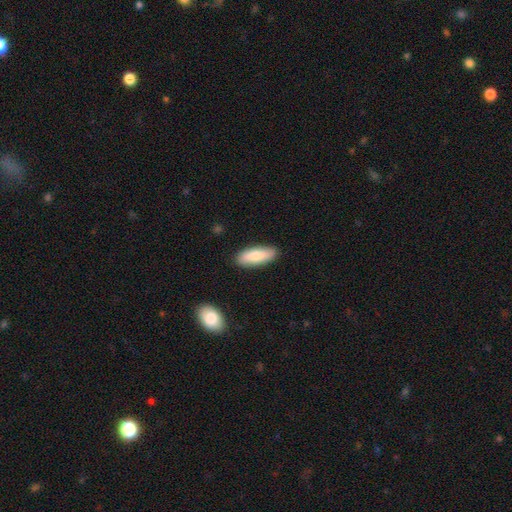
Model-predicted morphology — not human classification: Smooth or featured?
  - smooth: 80% *
  - featured or disk: 14%
  - star or artifact: 6%
How rounded?
  - in between: 71% *
  - cigar-shaped: 27%
  - round: 2%
Merging?
  - none: 87% *
  - minor disturbance: 9%
  - major disturbance: 2%
  - merger: 1%